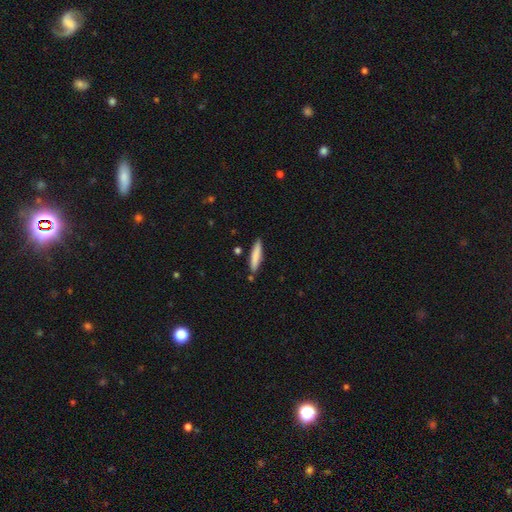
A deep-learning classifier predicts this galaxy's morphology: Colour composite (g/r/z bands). It shows a smooth galaxy with no disk features (81%) that is cigar-shaped (87%). Merging: none (84%).